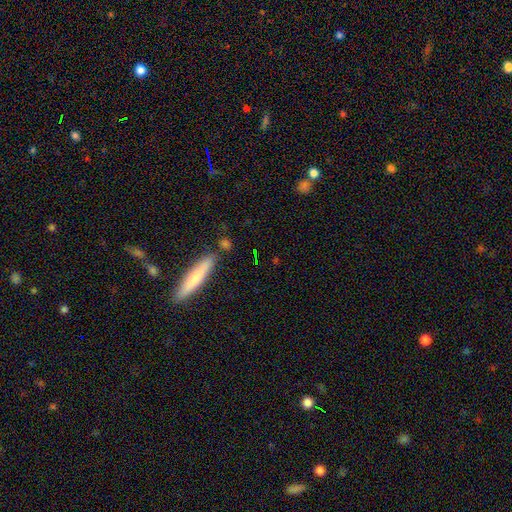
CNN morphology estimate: This appears to be a smooth galaxy with no disk features (55%) that is cigar-shaped (45%). Merging: none (74%).